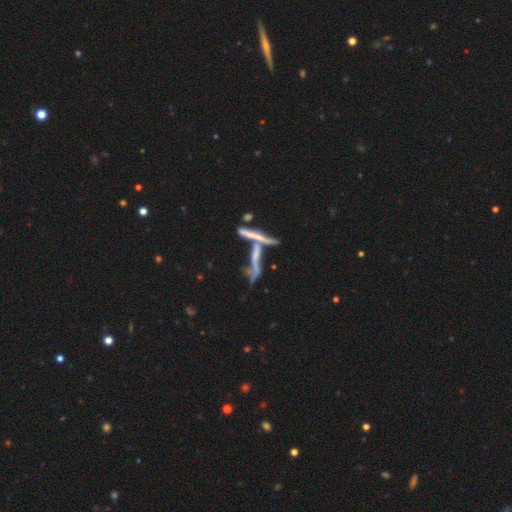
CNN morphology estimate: A featured or disk galaxy (63%) viewed edge-on (67%). Merging: merger (48%).